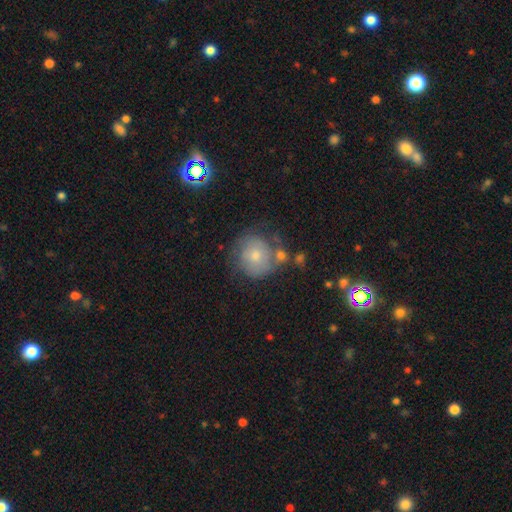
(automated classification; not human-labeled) smooth 59%, featured or disk 32%, star or artifact 8%. Down the decision tree: how rounded — round (88%); merging — none (55%).